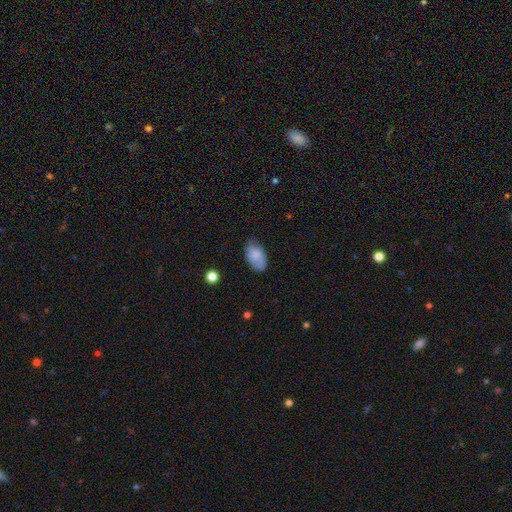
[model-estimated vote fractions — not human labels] This appears to be a smooth galaxy with no disk features (79%) that is in between round and cigar-shaped (93%). Merging: none (70%).